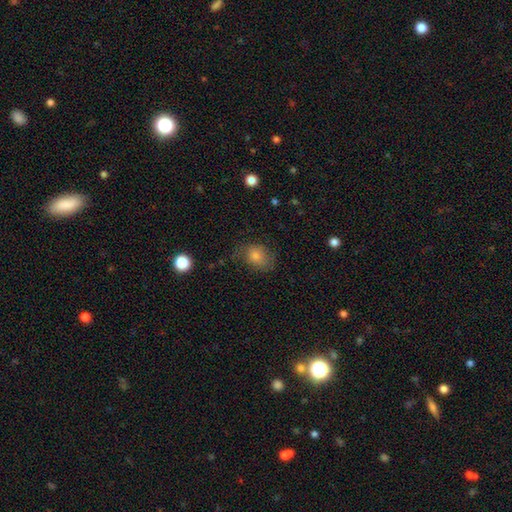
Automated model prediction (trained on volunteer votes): The model was most divided on "how rounded": in between: 51%, round: 48%, cigar-shaped: 1%. More confident: smooth or featured — smooth (69%); merging — none (60%).